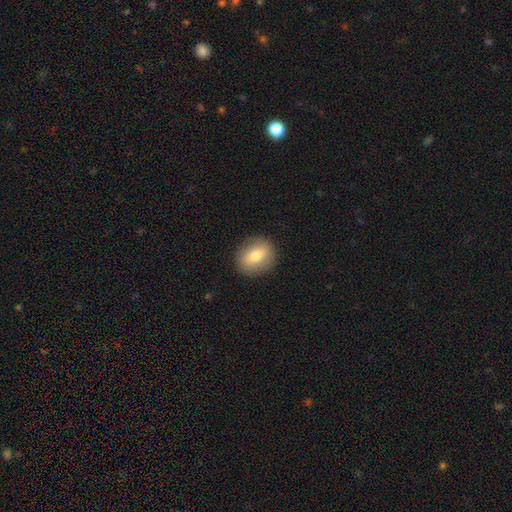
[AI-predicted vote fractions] Smooth or featured?
  - smooth: 71% *
  - featured or disk: 21%
  - star or artifact: 8%
How rounded?
  - round: 65% *
  - in between: 34%
  - cigar-shaped: 1%
Merging?
  - none: 89% *
  - minor disturbance: 8%
  - major disturbance: 2%
  - merger: 1%